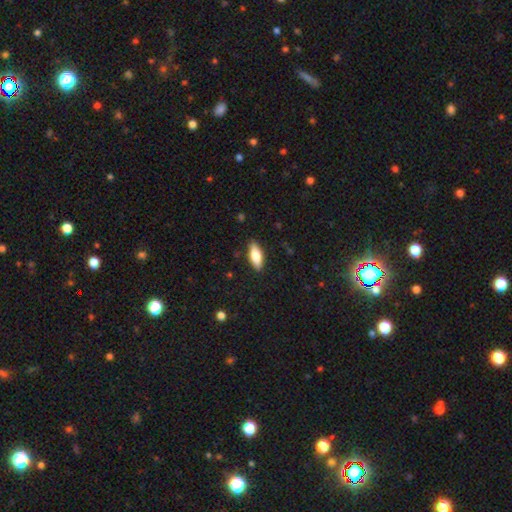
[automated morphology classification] smooth-or-featured: smooth: 76% | featured or disk: 18% | star or artifact: 6%
  how-rounded: in between: 74% | cigar-shaped: 24% | round: 2%
  merging: none: 87% | minor disturbance: 10% | major disturbance: 2% | merger: 1%